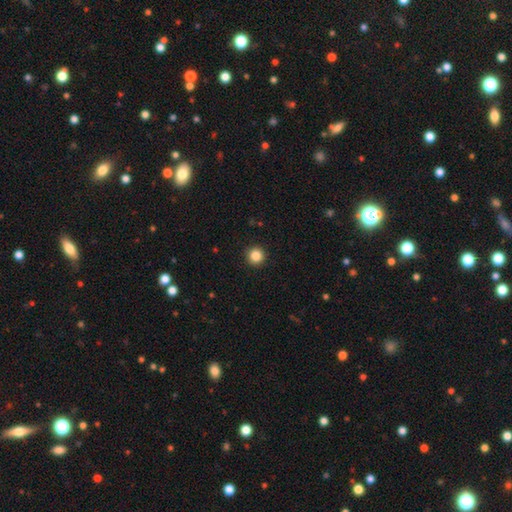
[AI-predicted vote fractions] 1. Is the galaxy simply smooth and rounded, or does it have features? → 85% smooth, 11% star or artifact, 4% featured or disk.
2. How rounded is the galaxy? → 96% round, 3% in between, 1% cigar-shaped.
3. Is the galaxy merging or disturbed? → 93% none, 4% minor disturbance, 2% major disturbance, 1% merger.